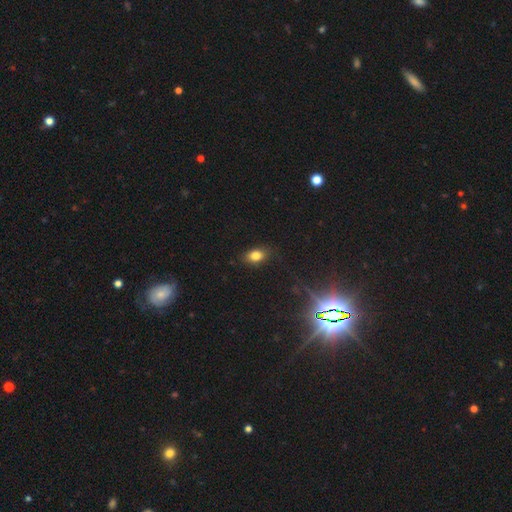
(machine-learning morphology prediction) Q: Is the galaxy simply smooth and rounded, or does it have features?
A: smooth — 81%.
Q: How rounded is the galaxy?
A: in between — 83%.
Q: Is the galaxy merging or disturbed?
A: none — 84%.